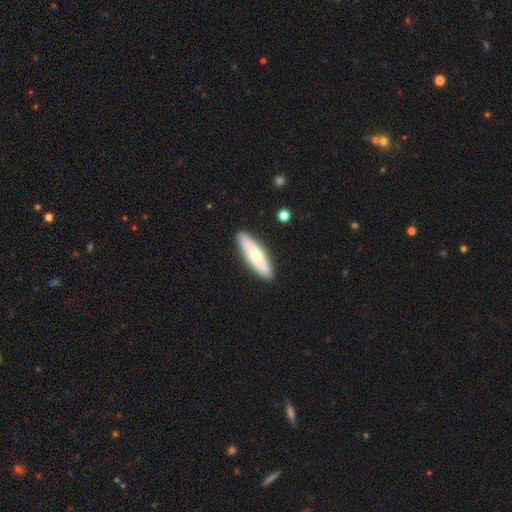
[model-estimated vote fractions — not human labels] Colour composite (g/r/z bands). It shows a smooth galaxy with no disk features (61%) that is cigar-shaped (63%). Merging: none (88%).